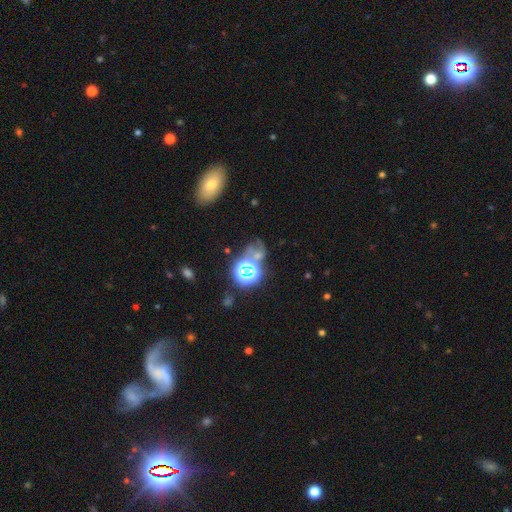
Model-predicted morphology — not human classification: A star or artifact, not a galaxy (50%).

Vote fractions:
- Smooth or featured? star or artifact: 50% / smooth: 33% / featured or disk: 18%